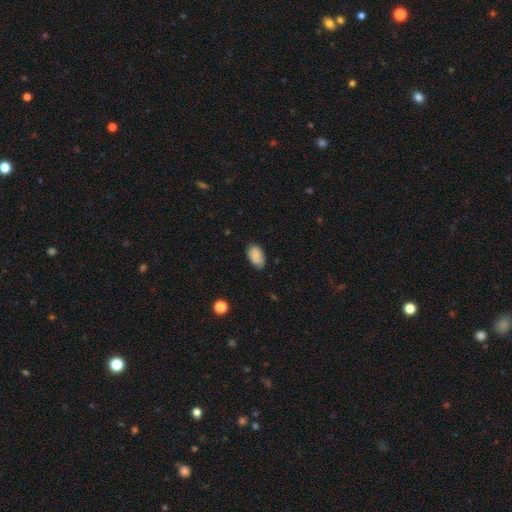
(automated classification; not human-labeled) smooth_or_featured: smooth (p=0.88) [alt: star or artifact p=0.07]
how_rounded: in between (p=0.93) [alt: round p=0.06]
merging: none (p=0.79) [alt: minor disturbance p=0.17]